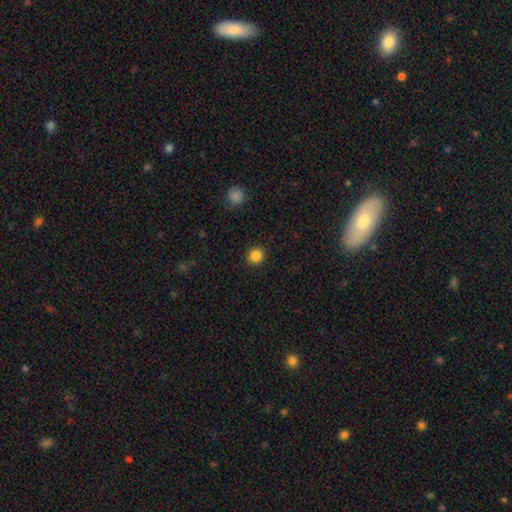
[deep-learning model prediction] This appears to be a smooth galaxy with no disk features (85%) that is round (84%). Merging: none (91%).